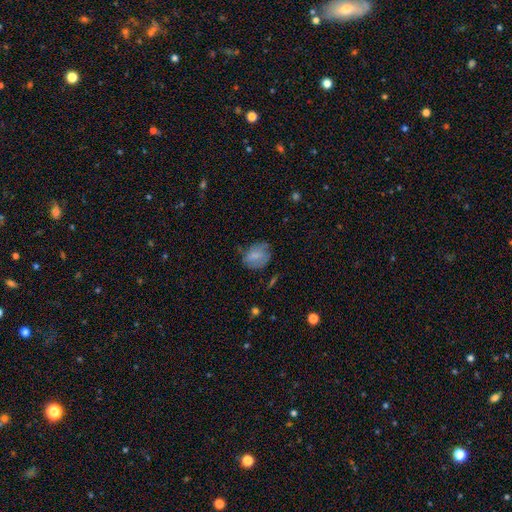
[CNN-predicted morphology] A smooth galaxy with no disk features (68%) that is in between round and cigar-shaped (55%). Merging: none (55%).